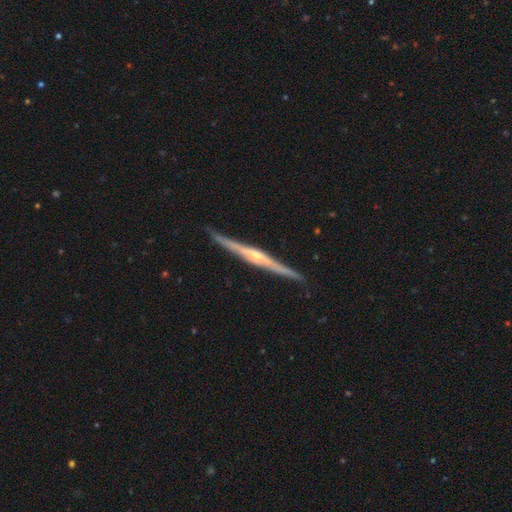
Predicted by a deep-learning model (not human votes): Smooth or featured?
  - featured or disk: 83% *
  - smooth: 12%
  - star or artifact: 5%
Edge-on disk?
  - yes: 98% *
  - no: 2%
Edge-on bulge?
  - rounded: 76% *
  - none: 13%
  - boxy: 11%
Merging?
  - none: 90% *
  - minor disturbance: 7%
  - major disturbance: 1%
  - merger: 1%